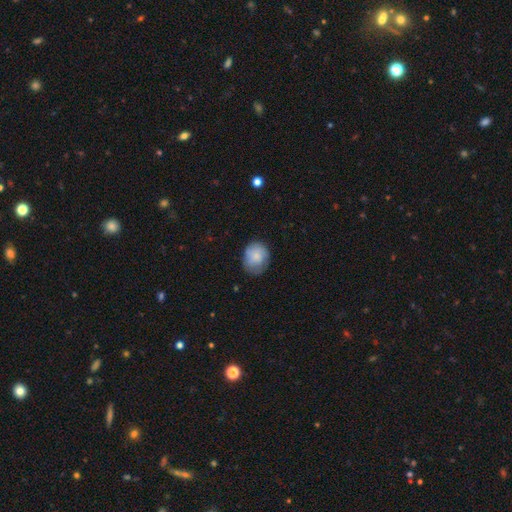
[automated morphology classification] Overall: smooth (79%). How rounded: round (62%; in between 37%). Merging: none (62%; minor disturbance 29%).